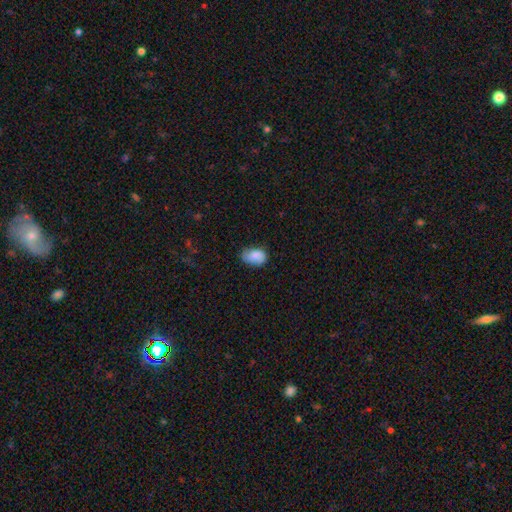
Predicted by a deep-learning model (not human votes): This is likely a smooth galaxy (79%). How rounded: clearly in between (85%). Merging: likely none (65%).